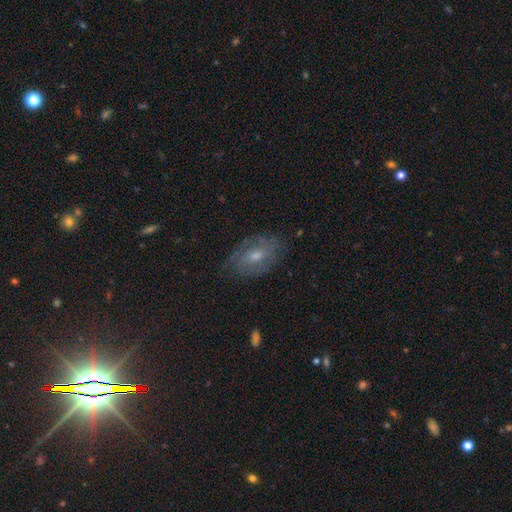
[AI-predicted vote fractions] Smooth or featured? Predicted: featured or disk (p=0.56). Edge-on disk? Predicted: no (p=0.93). Bar? Predicted: no (p=0.57). Spiral arms? Predicted: yes (p=0.69). Bulge size? Predicted: moderate (p=0.59). Merging? Predicted: none (p=0.70).